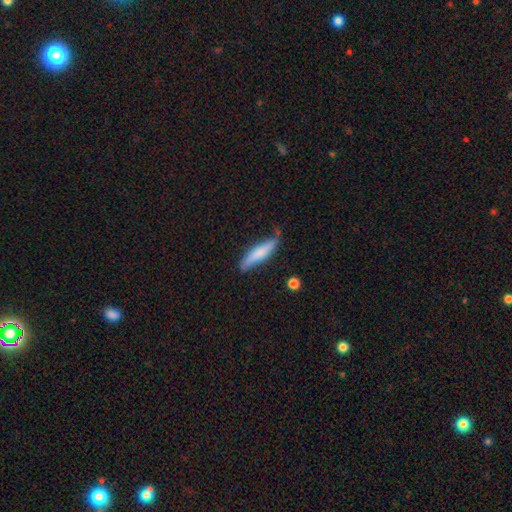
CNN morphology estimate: Smooth or featured: smooth — 68% (featured or disk — 26%)
How rounded: cigar-shaped — 84% (in between — 15%)
Merging: none — 68% (minor disturbance — 25%)